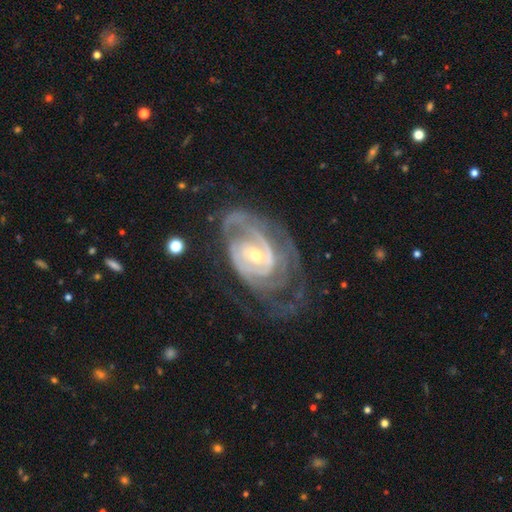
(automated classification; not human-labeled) Smooth or featured? featured or disk (89%)
Edge-on disk? no (96%)
Bar? no (48%)
Spiral arms? yes (95%)
Spiral winding? tight (67%)
Spiral arm count? 2 (34%)
Bulge size? small (58%)
Merging? none (52%)